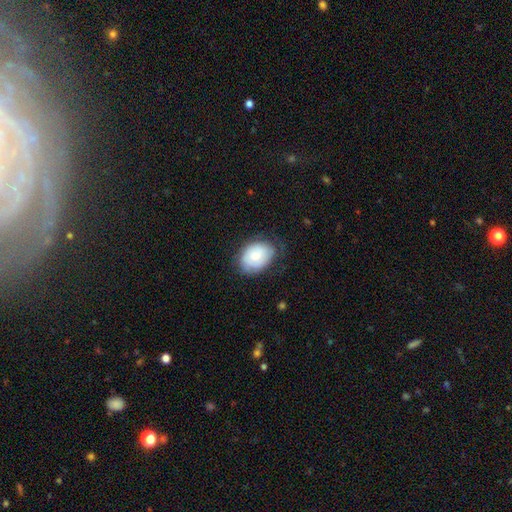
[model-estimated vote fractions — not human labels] This appears to be a smooth galaxy with no disk features (75%) that is in between round and cigar-shaped (74%). Merging: none (67%).